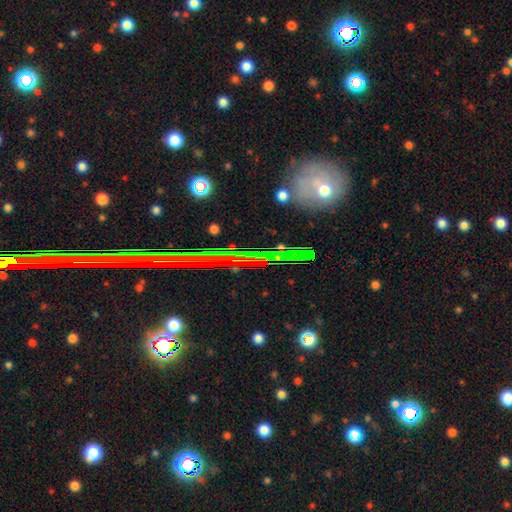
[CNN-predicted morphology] Smooth or featured: star or artifact — 49% (featured or disk — 33%)